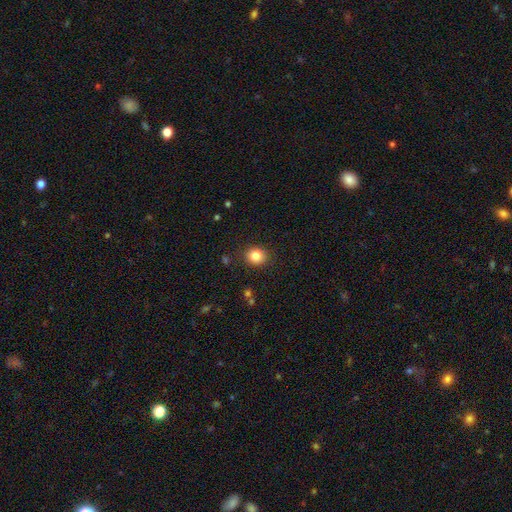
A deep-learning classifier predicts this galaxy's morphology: smooth-or-featured: smooth: 84% | star or artifact: 10% | featured or disk: 6%
  how-rounded: round: 74% | in between: 26% | cigar-shaped: 1%
  merging: none: 88% | minor disturbance: 8% | major disturbance: 3% | merger: 1%